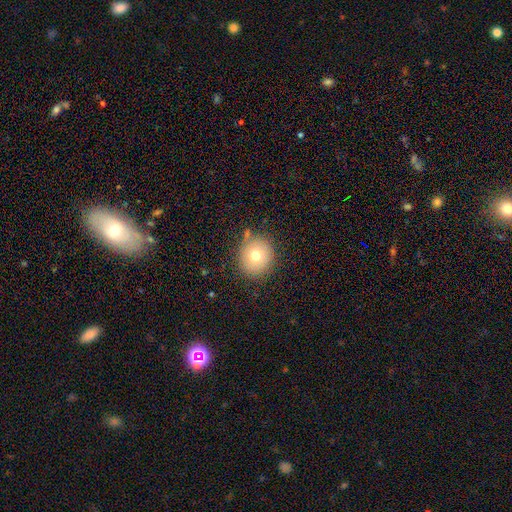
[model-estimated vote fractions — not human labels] Smooth or featured? Predicted: smooth (p=0.71). How rounded? Predicted: round (p=0.87). Merging? Predicted: none (p=0.81).